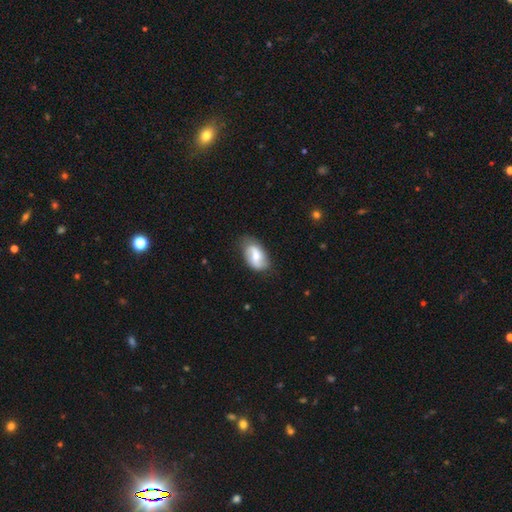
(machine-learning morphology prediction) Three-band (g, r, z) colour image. It shows a featured or disk galaxy (56%) with a weak bar (48%), spiral arms (84%) and a moderate central bulge (61%). Merging: none (74%).